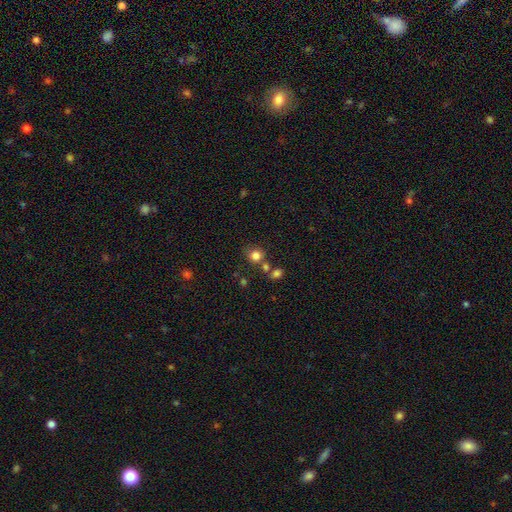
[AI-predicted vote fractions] Smooth or featured? smooth (81%)
How rounded? round (84%)
Merging? none (66%)